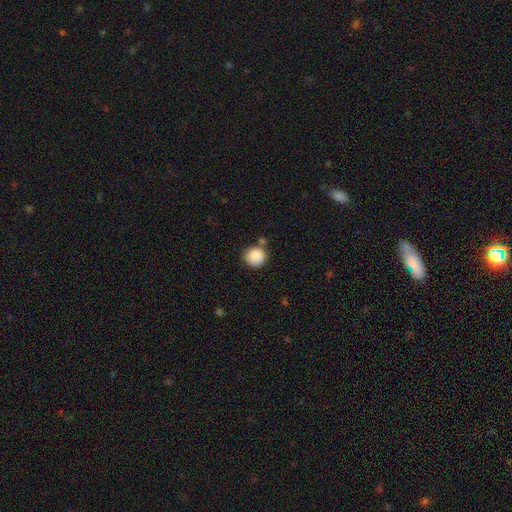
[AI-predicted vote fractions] This appears to be a smooth galaxy with no disk features (88%) that is round (88%). Merging: none (73%).